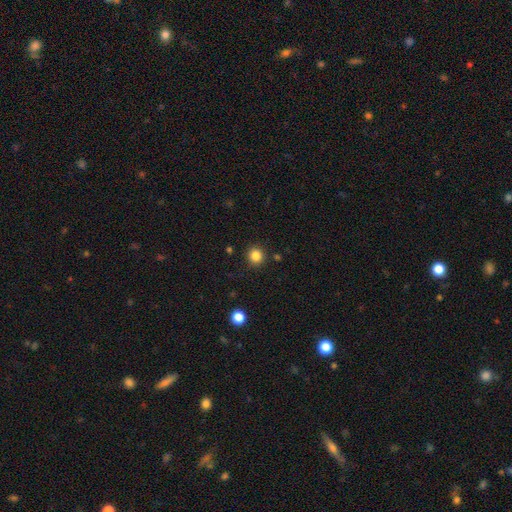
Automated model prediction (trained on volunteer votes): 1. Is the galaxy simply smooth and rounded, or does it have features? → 84% smooth, 12% star or artifact, 4% featured or disk.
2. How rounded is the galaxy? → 91% round, 8% in between, 1% cigar-shaped.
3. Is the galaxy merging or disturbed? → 90% none, 6% minor disturbance, 2% major disturbance, 2% merger.